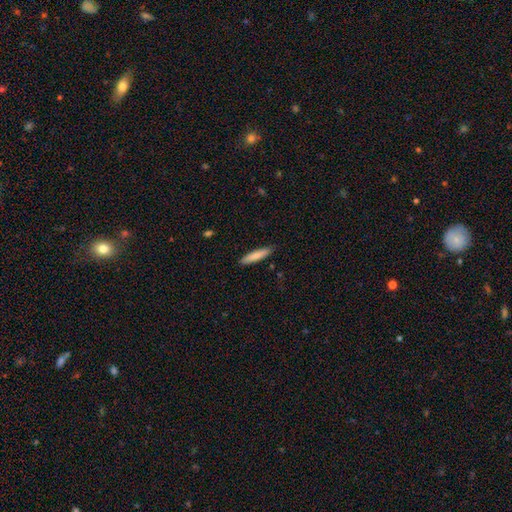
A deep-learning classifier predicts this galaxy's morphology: Smooth or featured? smooth (79%)
How rounded? cigar-shaped (84%)
Merging? none (88%)